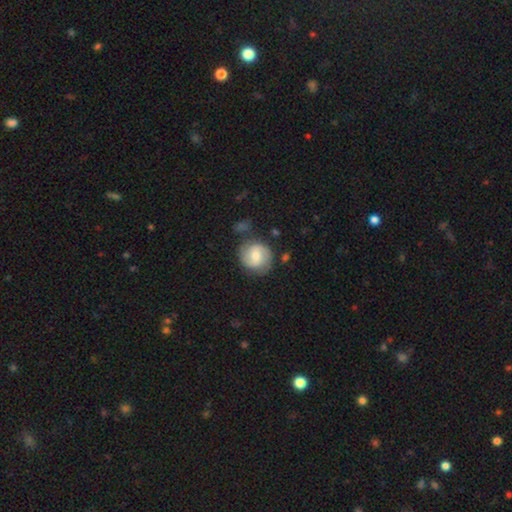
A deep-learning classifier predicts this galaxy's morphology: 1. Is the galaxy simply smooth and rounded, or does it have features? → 53% featured or disk, 41% smooth, 7% star or artifact.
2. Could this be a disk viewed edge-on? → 97% no, 3% yes.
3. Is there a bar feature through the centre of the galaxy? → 53% weak, 29% no, 18% strong.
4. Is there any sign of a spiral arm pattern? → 87% yes, 13% no.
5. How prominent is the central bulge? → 51% moderate, 32% small, 10% large, 6% none, 2% dominant.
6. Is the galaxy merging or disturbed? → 73% none, 16% minor disturbance, 6% major disturbance, 5% merger.